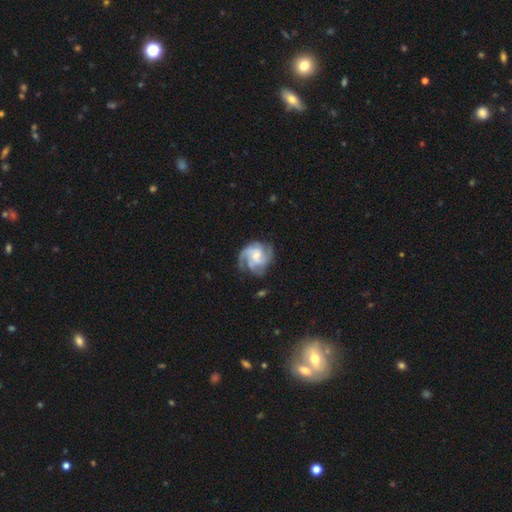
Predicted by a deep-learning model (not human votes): A featured or disk galaxy (84%) with no bar (60%), 3 (48%) medium (44%) spiral arms (97%) and a moderate central bulge (44%).

Vote fractions:
- Smooth or featured? featured or disk: 84% / smooth: 10% / star or artifact: 6%
- Edge-on disk? no: 98% / yes: 2%
- Bar? no: 60% / weak: 34% / strong: 6%
- Spiral arms? yes: 97% / no: 3%
- Spiral winding? medium: 44% / tight: 43% / loose: 13%
- Spiral arm count? 3: 48% / 4: 19% / can't tell: 13% / 2: 11% / more than 4: 5% / 1: 5%
- Bulge size? moderate: 44% / small: 42% / none: 7% / large: 6% / dominant: 1%
- Merging? none: 70% / minor disturbance: 18% / major disturbance: 10% / merger: 2%